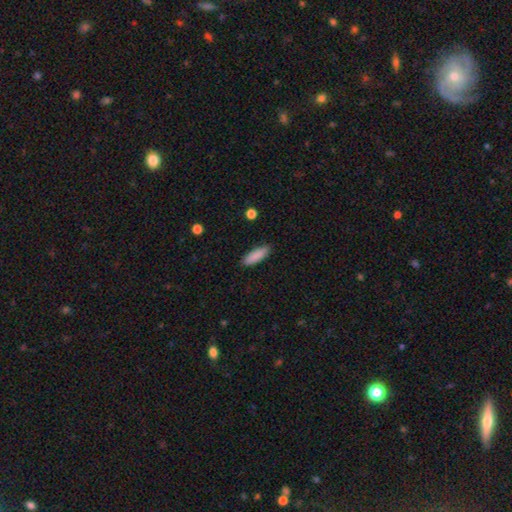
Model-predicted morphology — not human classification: Q: Smooth or featured?
A: smooth (89%); runner-up: star or artifact (6%)
Q: How rounded?
A: in between (55%); runner-up: cigar-shaped (43%)
Q: Merging?
A: none (88%); runner-up: minor disturbance (9%)